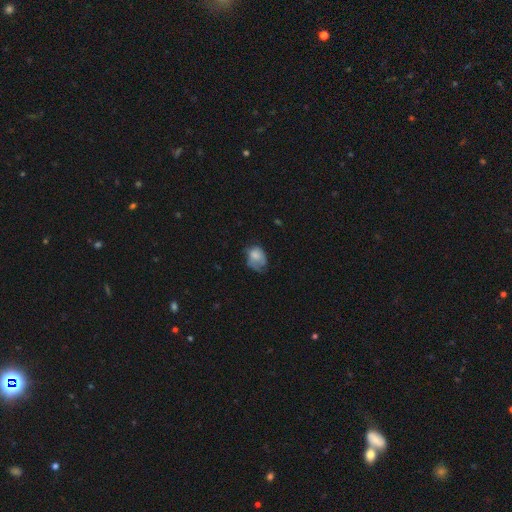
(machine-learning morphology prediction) Smooth or featured: smooth — 71% (featured or disk — 20%)
How rounded: in between — 62% (round — 37%)
Merging: minor disturbance — 36% (none — 35%)